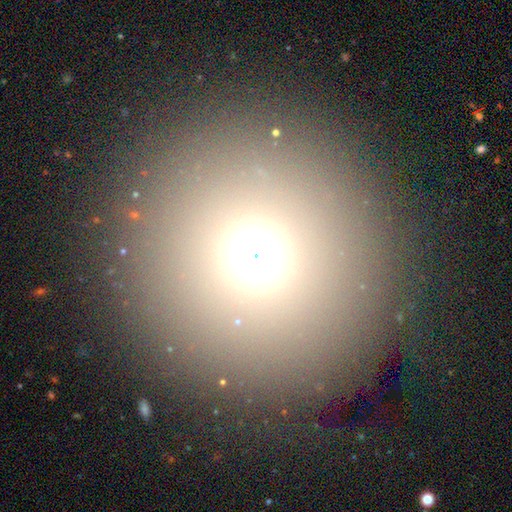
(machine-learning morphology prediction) Smooth or featured? Predicted: smooth (p=0.65). How rounded? Predicted: round (p=0.93). Merging? Predicted: none (p=0.89).